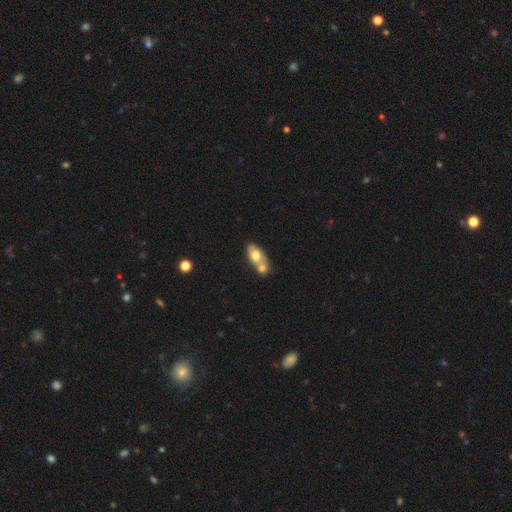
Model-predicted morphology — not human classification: Smooth or featured: smooth — 65% (featured or disk — 27%)
How rounded: in between — 83% (round — 11%)
Merging: merger — 59% (none — 27%)